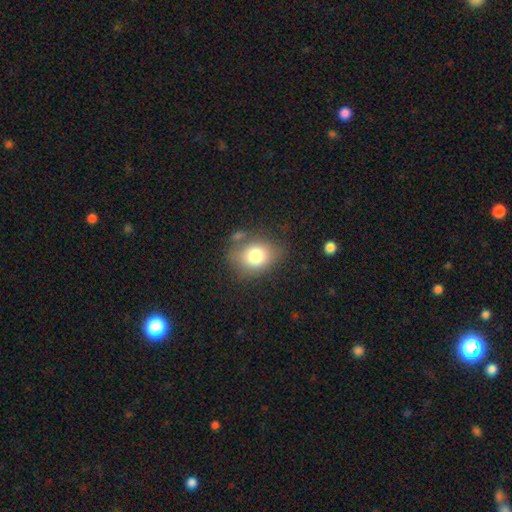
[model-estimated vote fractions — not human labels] smooth_or_featured: smooth (p=0.77) [alt: featured or disk p=0.13]
how_rounded: in between (p=0.56) [alt: round p=0.42]
merging: none (p=0.65) [alt: minor disturbance p=0.20]